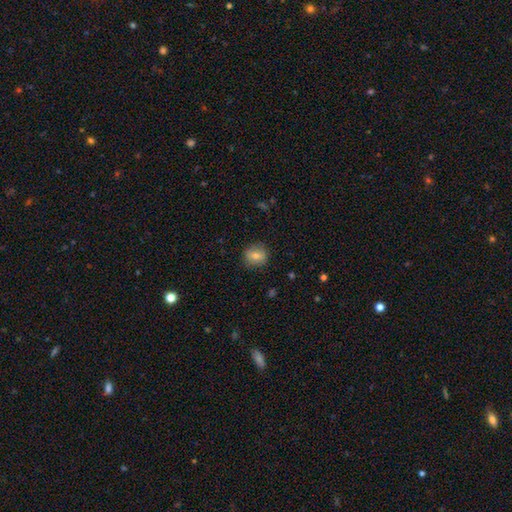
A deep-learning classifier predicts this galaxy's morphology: The model was most divided on "smooth or featured": smooth: 73%, featured or disk: 17%, star or artifact: 10%. More confident: merging — none (88%); how rounded — round (79%).